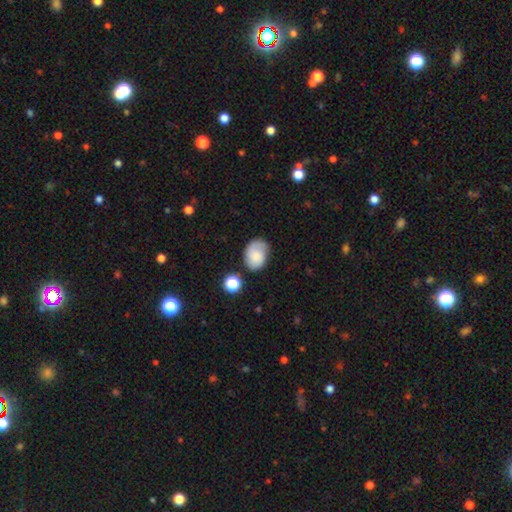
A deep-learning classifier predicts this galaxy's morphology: The model was most divided on "how rounded": in between: 66%, round: 33%, cigar-shaped: 1%. More confident: smooth or featured — smooth (65%); merging — none (61%).